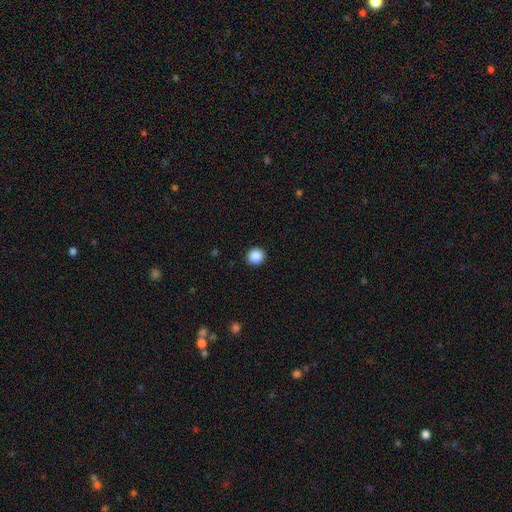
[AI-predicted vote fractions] Overall: smooth (88%). How rounded: round (92%). Merging: none (93%).